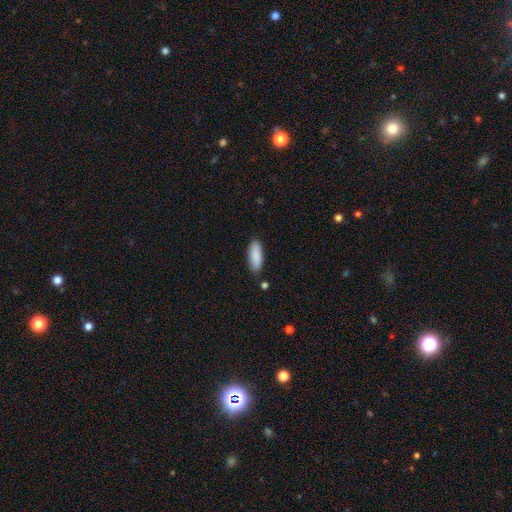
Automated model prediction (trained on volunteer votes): A smooth galaxy with no disk features (89%) that is in between round and cigar-shaped (68%).

Vote fractions:
- Smooth or featured? smooth: 89% / star or artifact: 6% / featured or disk: 5%
- How rounded? in between: 68% / cigar-shaped: 31% / round: 2%
- Merging? none: 84% / minor disturbance: 11% / merger: 2% / major disturbance: 2%